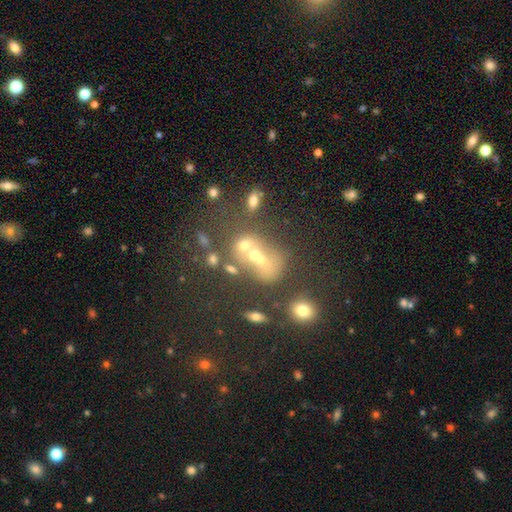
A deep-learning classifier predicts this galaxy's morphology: Smooth or featured?
  - smooth: 48% *
  - featured or disk: 28%
  - star or artifact: 24%
Merging?
  - merger: 52% *
  - none: 29%
  - minor disturbance: 10%
  - major disturbance: 10%